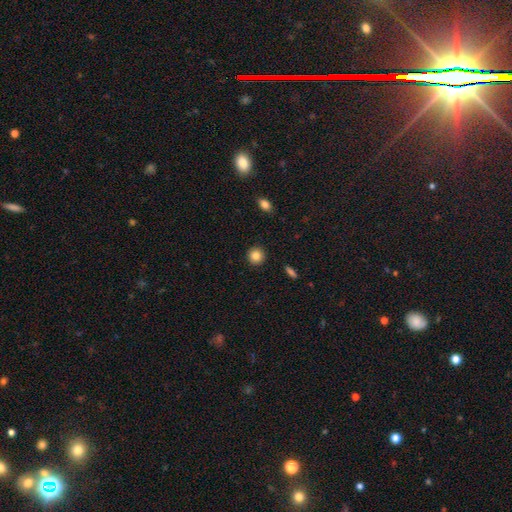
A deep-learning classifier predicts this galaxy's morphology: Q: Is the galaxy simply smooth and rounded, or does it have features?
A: smooth — 84%.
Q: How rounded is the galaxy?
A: round — 92%.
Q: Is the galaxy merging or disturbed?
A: none — 92%.